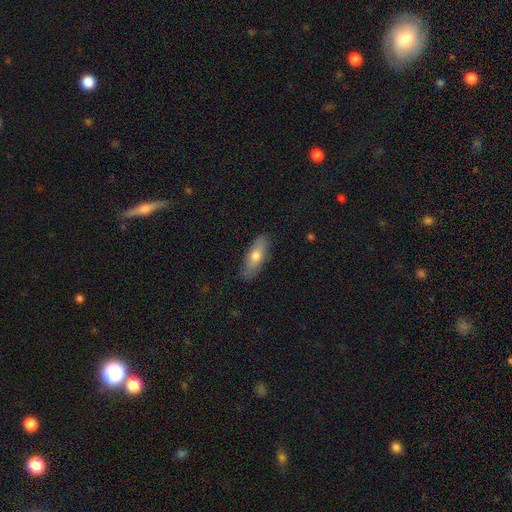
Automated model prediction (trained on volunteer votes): A smooth galaxy with no disk features (68%) that is in between round and cigar-shaped (59%).

Vote fractions:
- Smooth or featured? smooth: 68% / featured or disk: 26% / star or artifact: 6%
- How rounded? in between: 59% / cigar-shaped: 38% / round: 3%
- Merging? none: 86% / minor disturbance: 11% / major disturbance: 2% / merger: 1%